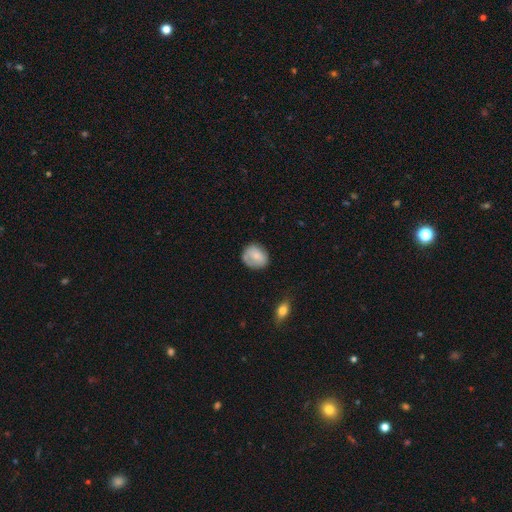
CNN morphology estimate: smooth_or_featured: smooth (p=0.70) [alt: featured or disk p=0.22]
how_rounded: round (p=0.62) [alt: in between p=0.37]
merging: none (p=0.65) [alt: minor disturbance p=0.25]